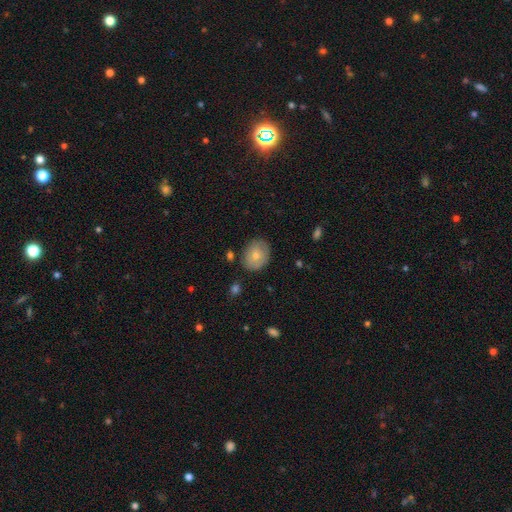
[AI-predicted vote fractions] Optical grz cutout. It shows a smooth galaxy with no disk features (75%) that is round (51%). Merging: none (80%).